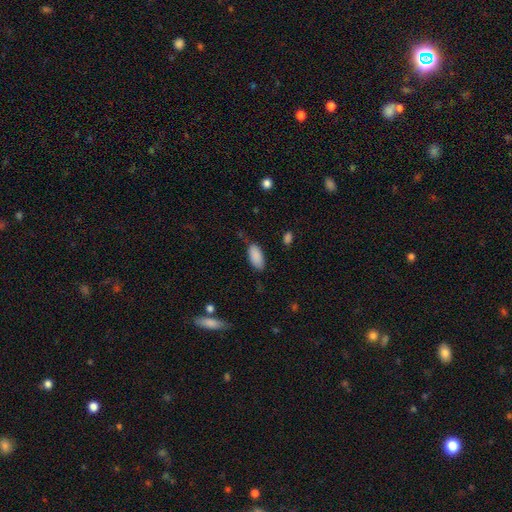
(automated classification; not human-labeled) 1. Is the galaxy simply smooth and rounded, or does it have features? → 89% smooth, 6% star or artifact, 4% featured or disk.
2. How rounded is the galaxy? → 91% in between, 7% cigar-shaped, 2% round.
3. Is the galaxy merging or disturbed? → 77% none, 17% minor disturbance, 4% major disturbance, 2% merger.